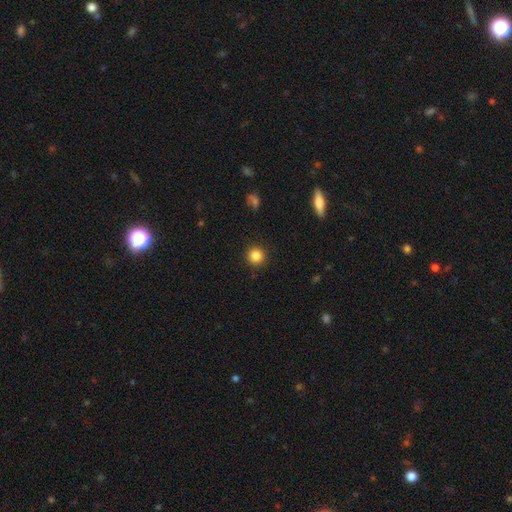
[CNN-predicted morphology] Q: Smooth or featured?
A: smooth (85%); runner-up: star or artifact (11%)
Q: How rounded?
A: round (95%); runner-up: in between (4%)
Q: Merging?
A: none (92%); runner-up: minor disturbance (5%)